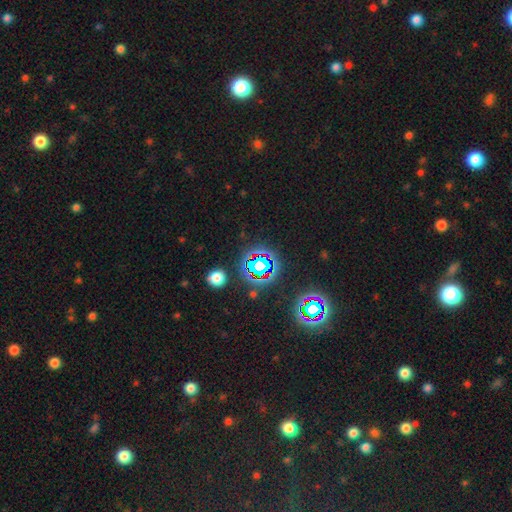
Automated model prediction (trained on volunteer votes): Q: Smooth or featured?
A: star or artifact (80%); runner-up: smooth (13%)